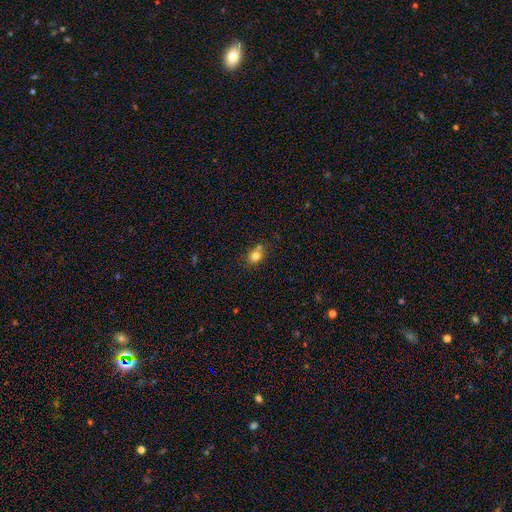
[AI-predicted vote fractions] This appears to be a smooth galaxy with no disk features (78%) that is round (64%). Merging: none (61%).